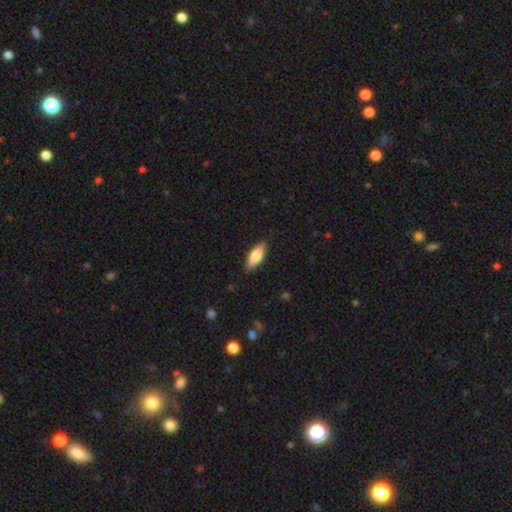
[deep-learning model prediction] The model was most divided on "how rounded": in between: 69%, cigar-shaped: 28%, round: 2%. More confident: merging — none (87%); smooth or featured — smooth (72%).